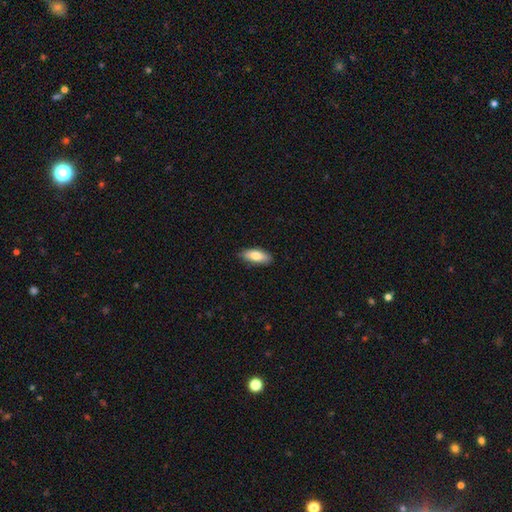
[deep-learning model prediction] smooth_or_featured: smooth (p=0.80) [alt: featured or disk p=0.14]
how_rounded: in between (p=0.81) [alt: cigar-shaped p=0.17]
merging: none (p=0.84) [alt: minor disturbance p=0.13]